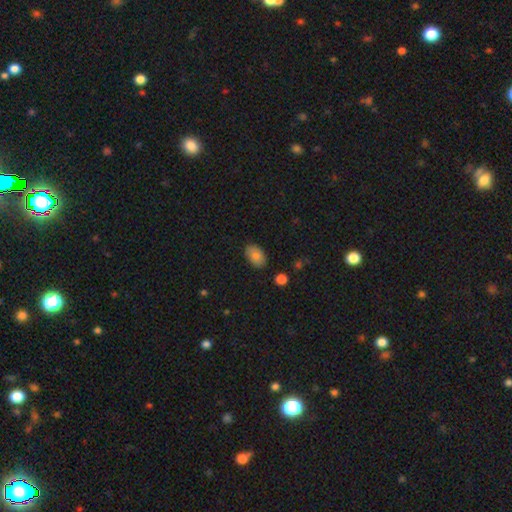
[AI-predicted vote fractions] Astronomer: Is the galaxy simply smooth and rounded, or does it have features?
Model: smooth — 79%.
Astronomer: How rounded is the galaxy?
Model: in between — 90%.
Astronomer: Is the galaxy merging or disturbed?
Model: none — 81%.